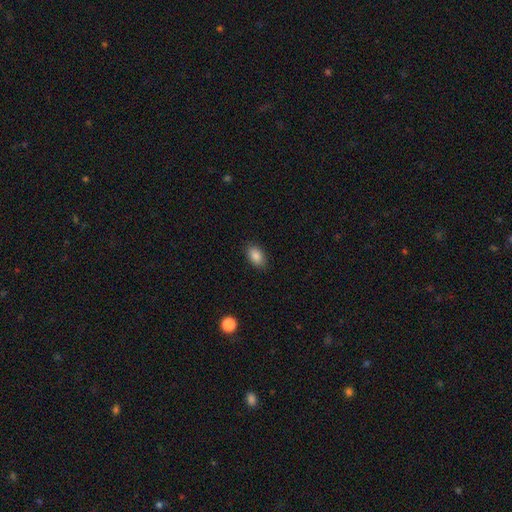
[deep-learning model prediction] Smooth or featured: smooth — 87% (star or artifact — 8%)
How rounded: in between — 89% (round — 9%)
Merging: none — 86% (minor disturbance — 10%)